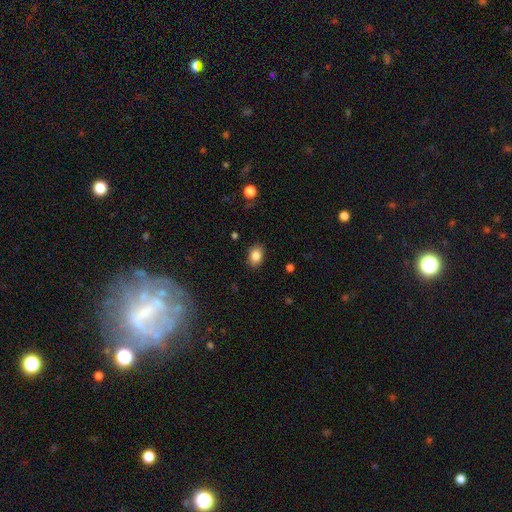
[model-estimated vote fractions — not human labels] smooth 85%, star or artifact 9%, featured or disk 6%. Down the decision tree: how rounded — in between (76%); merging — none (86%).